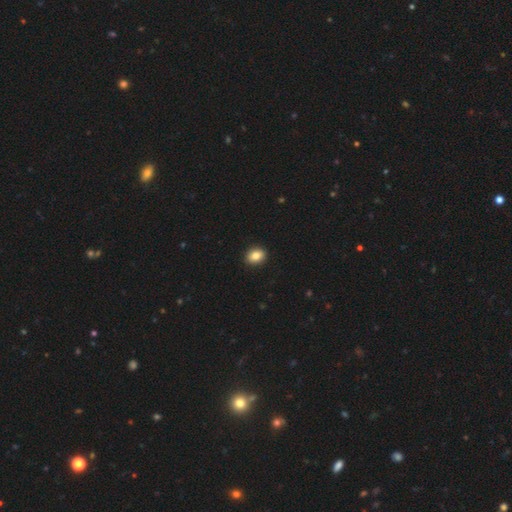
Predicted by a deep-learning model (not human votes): smooth-or-featured: smooth: 84% | star or artifact: 9% | featured or disk: 7%
  how-rounded: in between: 58% | round: 41% | cigar-shaped: 1%
  merging: none: 91% | minor disturbance: 6% | major disturbance: 2% | merger: 1%